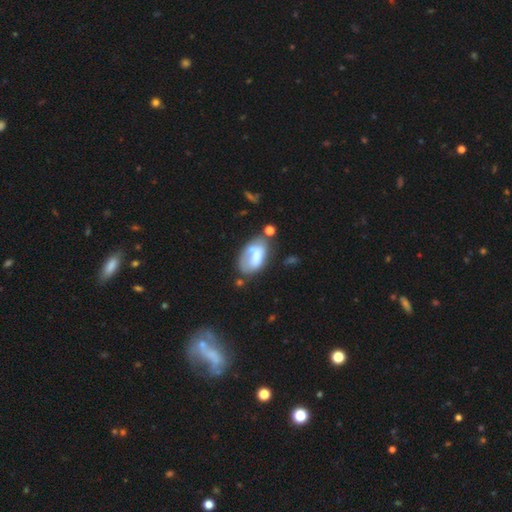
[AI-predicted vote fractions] Smooth or featured? smooth (57%)
How rounded? in between (92%)
Merging? none (38%)